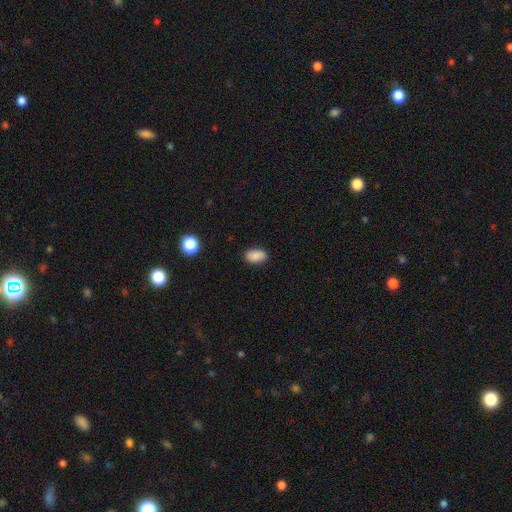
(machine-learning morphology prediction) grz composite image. It shows a smooth galaxy with no disk features (87%) that is in between round and cigar-shaped (90%). Merging: none (84%).